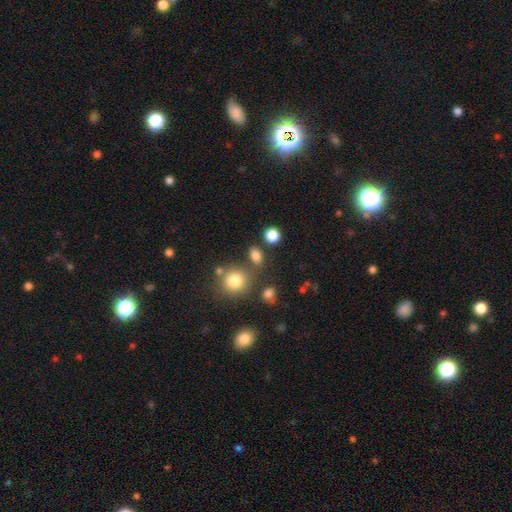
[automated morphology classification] Overall: smooth (80%). How rounded: in between (54%; round 44%). Merging: none (70%).